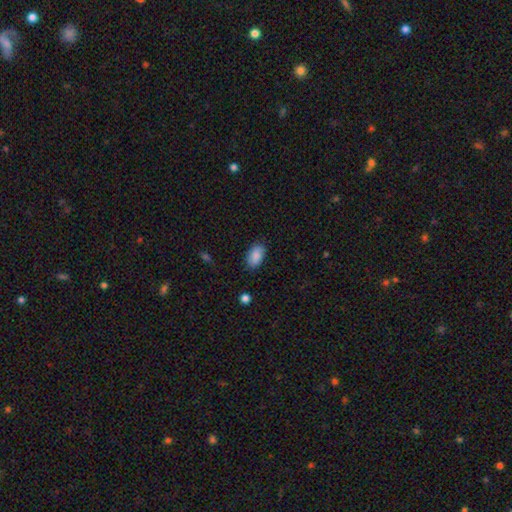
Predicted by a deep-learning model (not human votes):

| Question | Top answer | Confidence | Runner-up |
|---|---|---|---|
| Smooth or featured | smooth | 88% | star or artifact (7%) |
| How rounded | in between | 93% | round (5%) |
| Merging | none | 83% | minor disturbance (13%) |